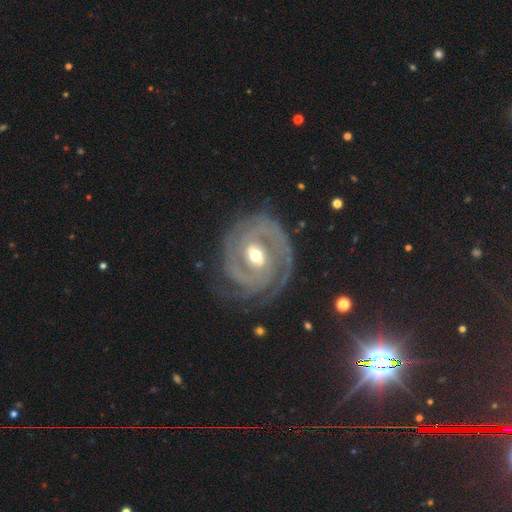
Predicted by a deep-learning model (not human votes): Smooth or featured? Predicted: featured or disk (p=0.90). Edge-on disk? Predicted: no (p=0.97). Bar? Predicted: weak (p=0.47). Spiral arms? Predicted: yes (p=0.97). Spiral winding? Predicted: tight (p=0.64). Spiral arm count? Predicted: 2 (p=0.60). Bulge size? Predicted: moderate (p=0.66). Merging? Predicted: none (p=0.74).